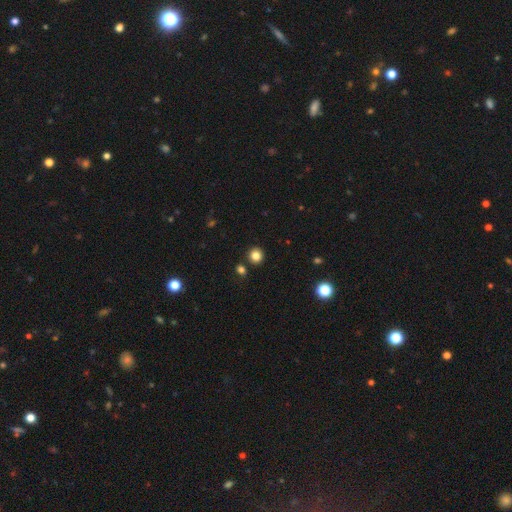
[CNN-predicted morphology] smooth_or_featured: smooth (p=0.83) [alt: star or artifact p=0.12]
how_rounded: round (p=0.92) [alt: in between p=0.07]
merging: none (p=0.88) [alt: minor disturbance p=0.06]